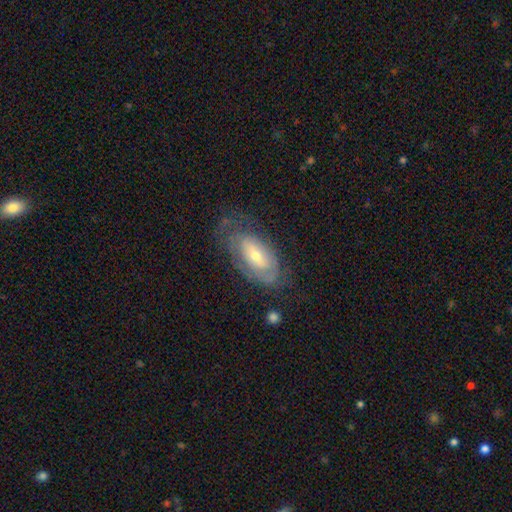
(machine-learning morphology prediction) A featured or disk galaxy (64%) with no bar (58%), spiral arms (67%) and a small central bulge (53%). Merging: none (55%).